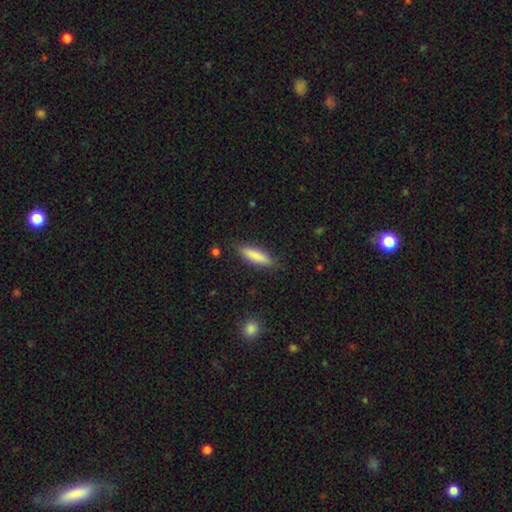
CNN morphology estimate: Smooth or featured? smooth (83%)
How rounded? cigar-shaped (65%)
Merging? none (85%)